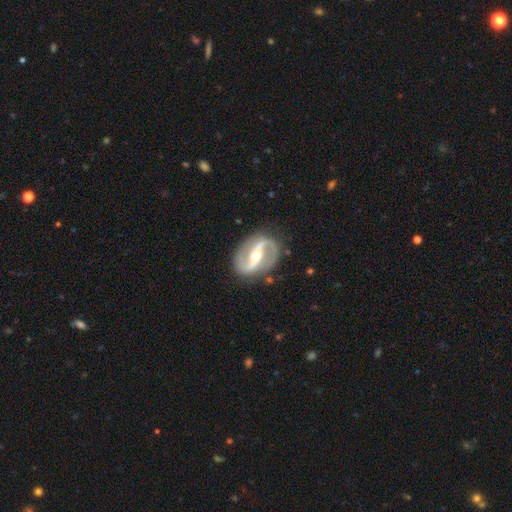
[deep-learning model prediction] A featured or disk galaxy (91%) with a strong bar (64%), 2 (93%) medium (48%) spiral arms (94%) and a moderate central bulge (59%). Merging: none (86%).